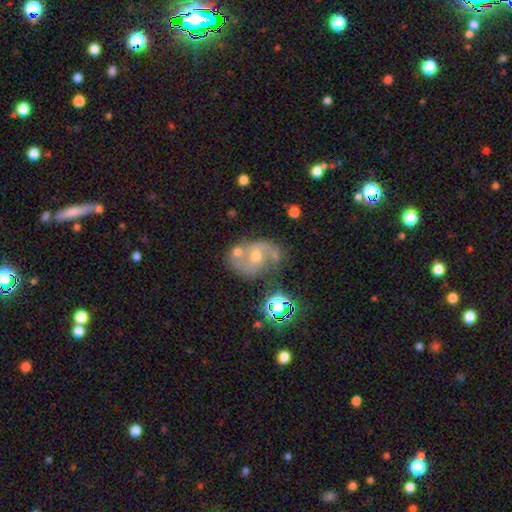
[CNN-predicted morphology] A featured or disk galaxy (63%) with no bar (55%), spiral arms (78%) and a moderate central bulge (56%).

Vote fractions:
- Smooth or featured? featured or disk: 63% / smooth: 22% / star or artifact: 14%
- Edge-on disk? no: 96% / yes: 4%
- Bar? no: 55% / weak: 34% / strong: 10%
- Spiral arms? yes: 78% / no: 22%
- Bulge size? moderate: 56% / small: 37% / large: 3% / none: 2% / dominant: 1%
- Merging? none: 51% / merger: 20% / minor disturbance: 19% / major disturbance: 10%